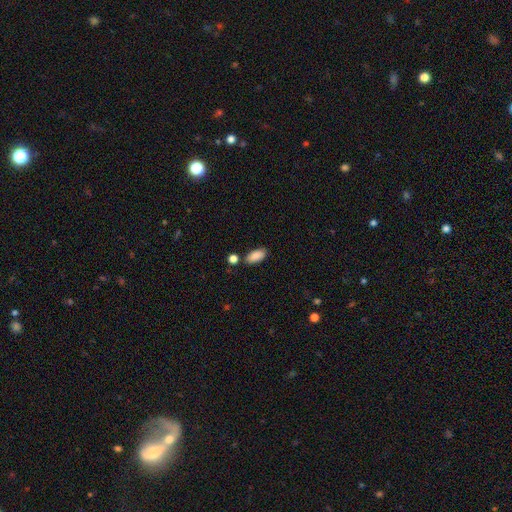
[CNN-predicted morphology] type=smooth (88%); roundness=in between (90%); merging=none (78%).